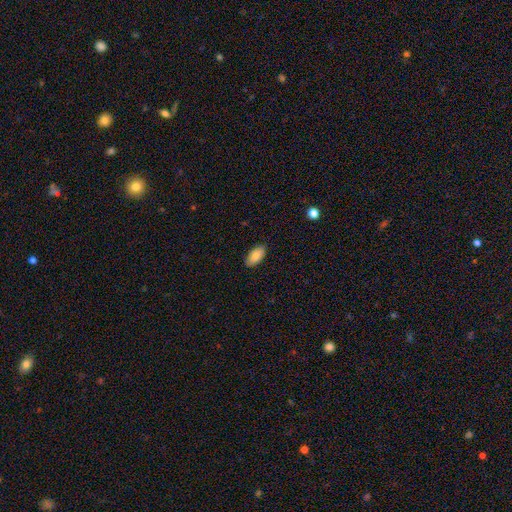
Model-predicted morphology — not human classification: smooth_or_featured: smooth (p=0.82) [alt: featured or disk p=0.11]
how_rounded: in between (p=0.94) [alt: cigar-shaped p=0.04]
merging: none (p=0.86) [alt: minor disturbance p=0.11]